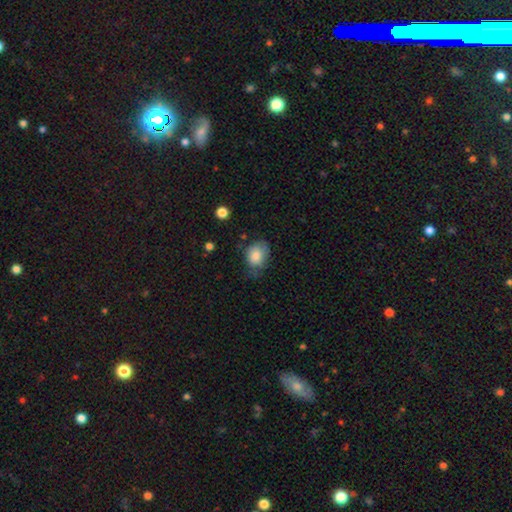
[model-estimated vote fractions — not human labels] Q: Smooth or featured?
A: smooth (82%); runner-up: featured or disk (10%)
Q: How rounded?
A: in between (65%); runner-up: round (34%)
Q: Merging?
A: none (51%); runner-up: minor disturbance (34%)